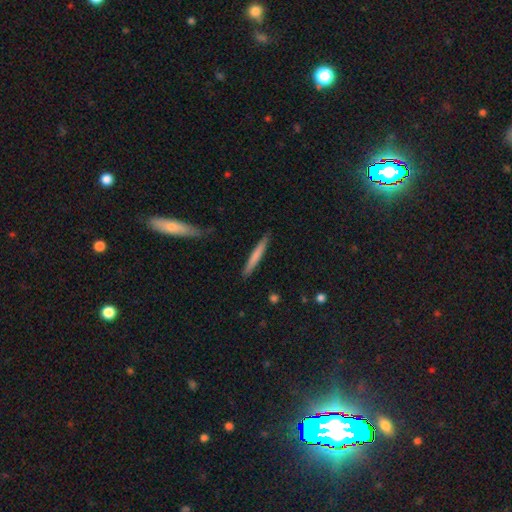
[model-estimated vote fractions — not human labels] Q: Smooth or featured?
A: smooth (69%); runner-up: featured or disk (26%)
Q: How rounded?
A: cigar-shaped (96%); runner-up: in between (3%)
Q: Merging?
A: none (86%); runner-up: minor disturbance (11%)